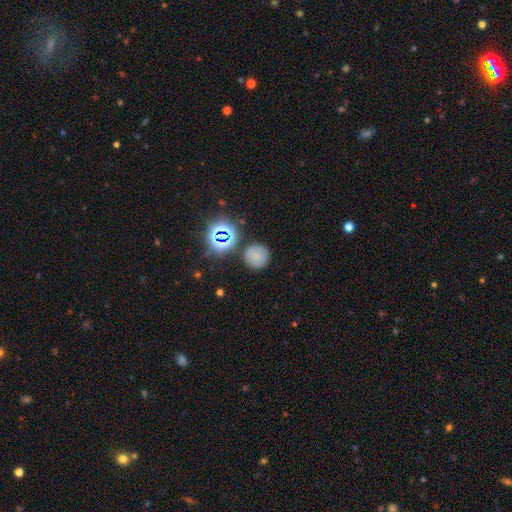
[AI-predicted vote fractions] This appears to be a smooth galaxy with no disk features (64%) that is round (93%). Merging: none (81%).